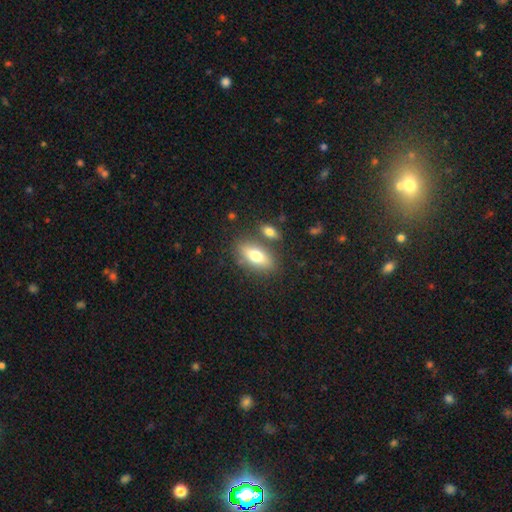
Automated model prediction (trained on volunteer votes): The model was most divided on "smooth or featured": smooth: 69%, featured or disk: 23%, star or artifact: 7%. More confident: how rounded — in between (82%); merging — none (73%).